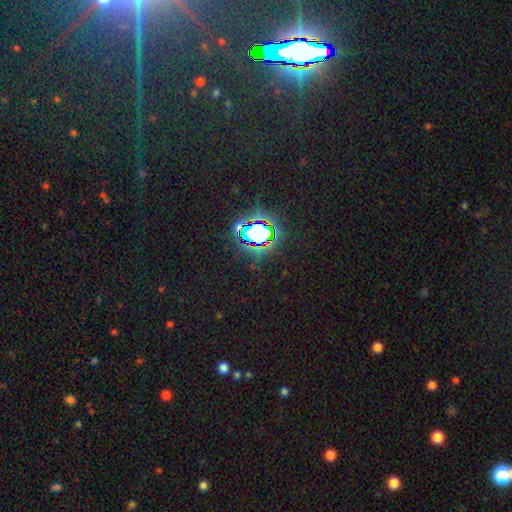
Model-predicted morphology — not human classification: A star or artifact, not a galaxy (83%).

Vote fractions:
- Smooth or featured? star or artifact: 83% / smooth: 10% / featured or disk: 7%